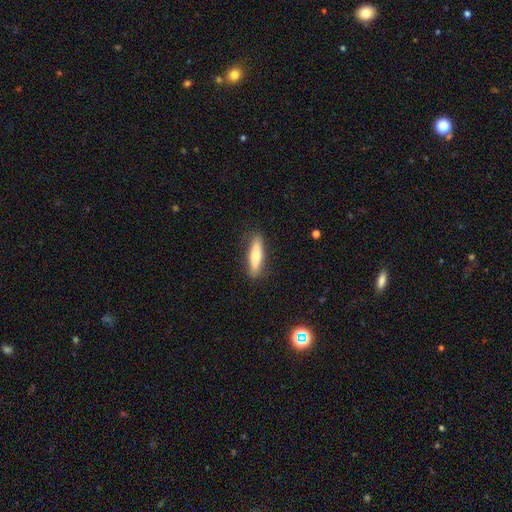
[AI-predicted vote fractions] A smooth galaxy with no disk features (70%) that is cigar-shaped (70%).

Vote fractions:
- Smooth or featured? smooth: 70% / featured or disk: 24% / star or artifact: 6%
- How rounded? cigar-shaped: 70% / in between: 29% / round: 2%
- Merging? none: 86% / minor disturbance: 10% / major disturbance: 2% / merger: 1%